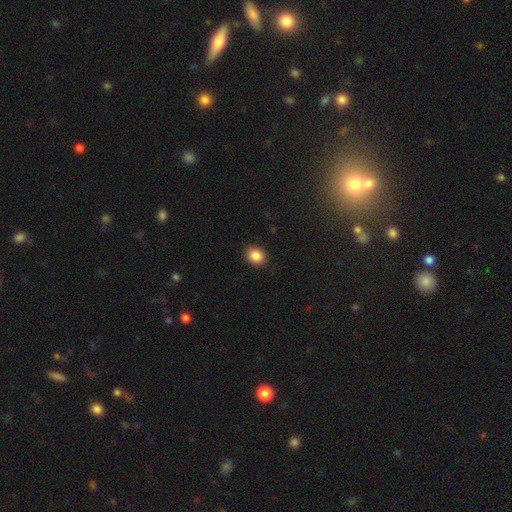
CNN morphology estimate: The model was most divided on "how rounded": in between: 52%, round: 47%, cigar-shaped: 1%. More confident: merging — none (89%); smooth or featured — smooth (88%).